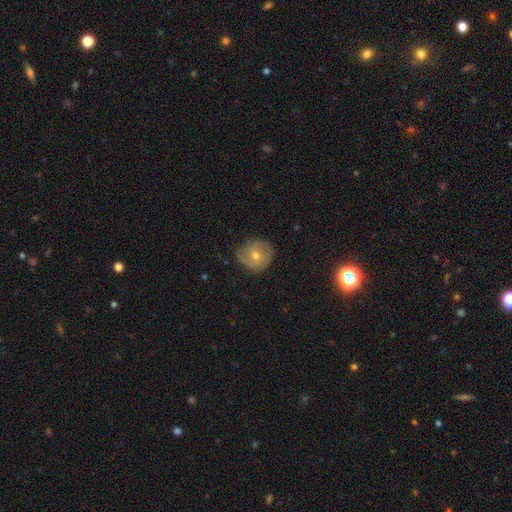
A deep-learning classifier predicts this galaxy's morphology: Smooth or featured? Predicted: featured or disk (p=0.53). Edge-on disk? Predicted: no (p=0.96). Bar? Predicted: no (p=0.73). Spiral arms? Predicted: yes (p=0.64). Bulge size? Predicted: moderate (p=0.58). Merging? Predicted: none (p=0.73).